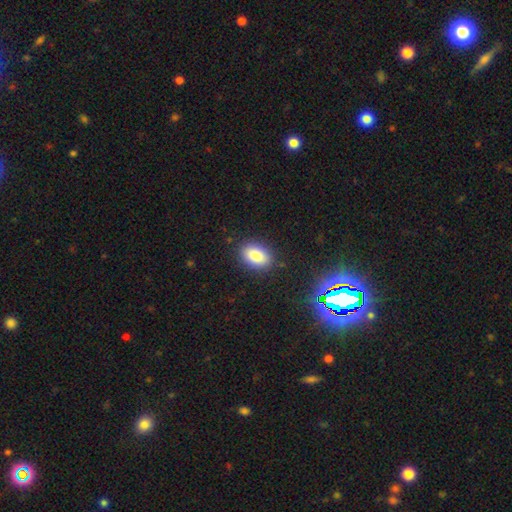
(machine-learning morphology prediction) The model was most divided on "how rounded": in between: 84%, round: 15%, cigar-shaped: 1%. More confident: merging — none (87%); smooth or featured — smooth (84%).